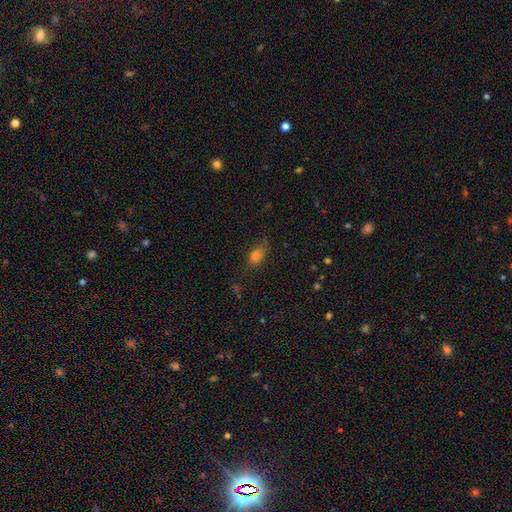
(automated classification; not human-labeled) smooth_or_featured: smooth (p=0.72) [alt: star or artifact p=0.18]
how_rounded: in between (p=0.80) [alt: round p=0.13]
merging: none (p=0.69) [alt: minor disturbance p=0.21]